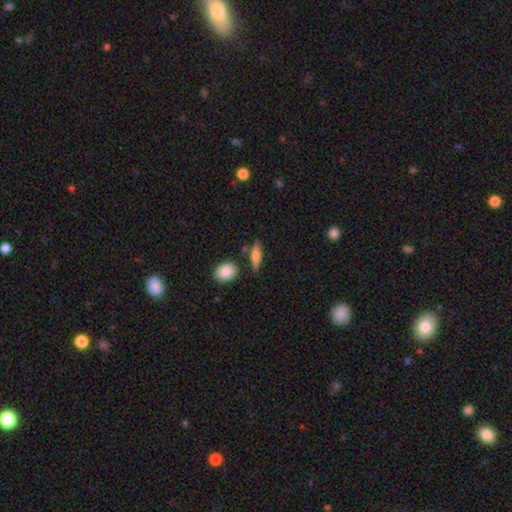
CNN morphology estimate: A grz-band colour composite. It shows a smooth galaxy with no disk features (62%) that is cigar-shaped (54%). Merging: none (77%).